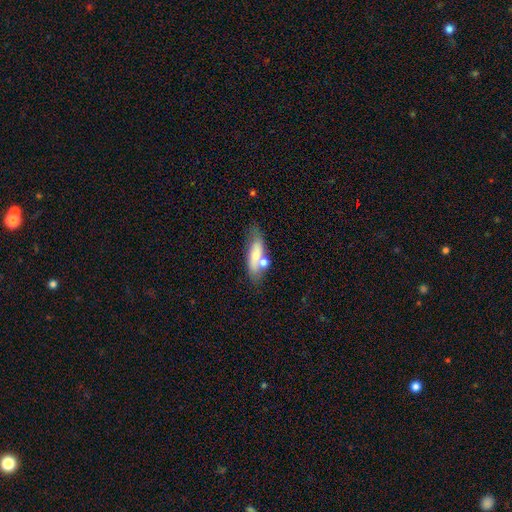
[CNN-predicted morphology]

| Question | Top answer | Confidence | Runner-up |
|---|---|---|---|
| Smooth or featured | smooth | 60% | featured or disk (32%) |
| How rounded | in between | 66% | cigar-shaped (30%) |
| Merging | none | 44% | merger (28%) |